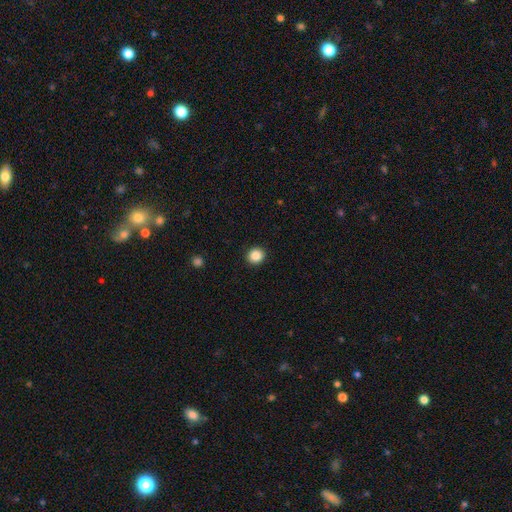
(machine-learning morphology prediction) smooth_or_featured: smooth (p=0.86) [alt: star or artifact p=0.10]
how_rounded: round (p=0.92) [alt: in between p=0.07]
merging: none (p=0.93) [alt: minor disturbance p=0.05]